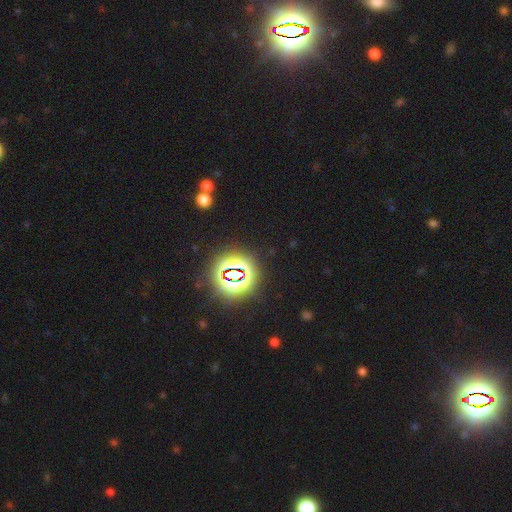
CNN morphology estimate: This appears to be a star or artifact, not a galaxy (83%).